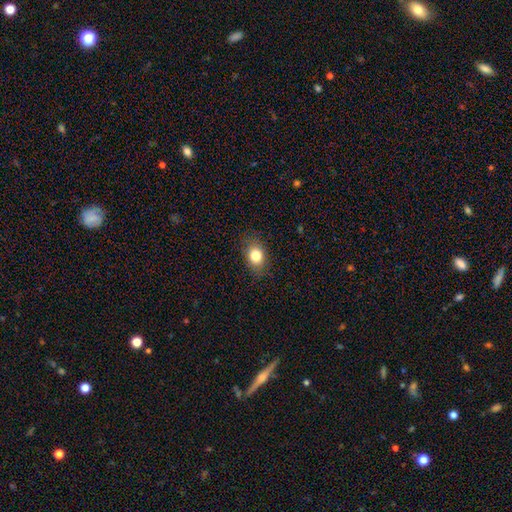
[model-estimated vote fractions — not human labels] smooth-or-featured: smooth: 81% | star or artifact: 10% | featured or disk: 9%
  how-rounded: in between: 60% | round: 39% | cigar-shaped: 1%
  merging: none: 83% | minor disturbance: 13% | major disturbance: 4% | merger: 1%